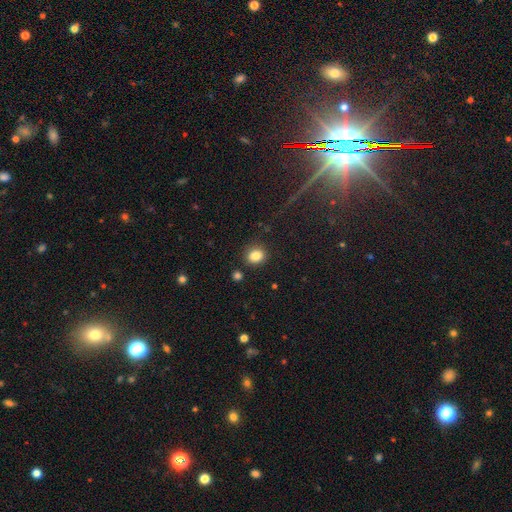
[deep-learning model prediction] This is clearly a smooth galaxy (83%). How rounded: likely round (67%). Merging: clearly none (84%).